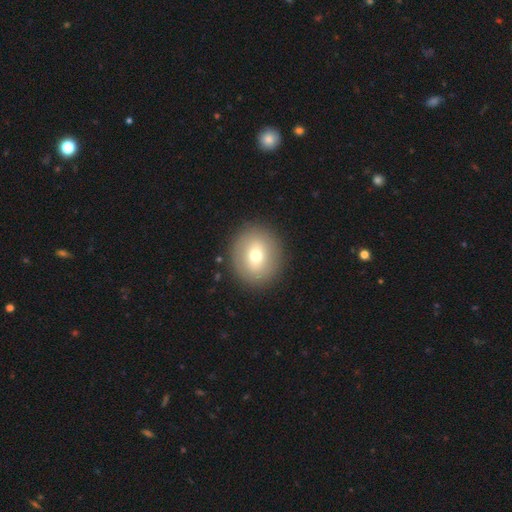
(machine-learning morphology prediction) A smooth galaxy with no disk features (66%) that is round (80%). Merging: none (89%).